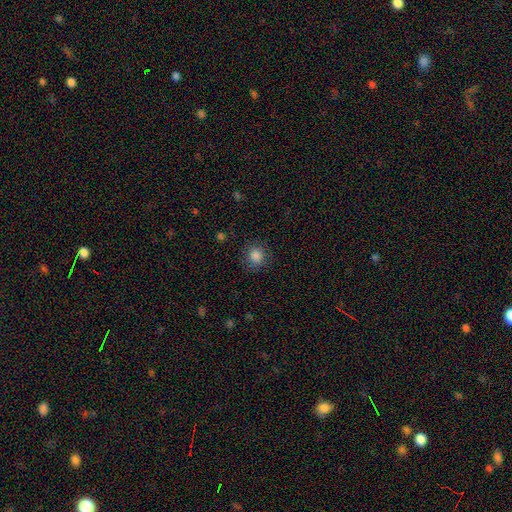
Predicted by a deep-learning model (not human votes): A smooth galaxy with no disk features (85%) that is round (89%).

Vote fractions:
- Smooth or featured? smooth: 85% / star or artifact: 11% / featured or disk: 5%
- How rounded? round: 89% / in between: 10% / cigar-shaped: 1%
- Merging? none: 86% / minor disturbance: 9% / major disturbance: 3% / merger: 1%